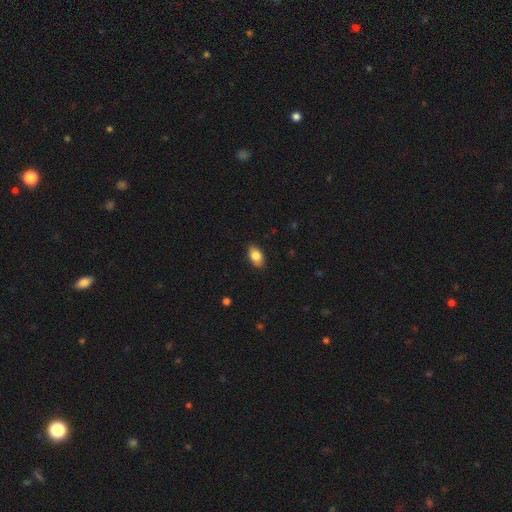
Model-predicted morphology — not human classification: This is clearly a smooth galaxy (83%). How rounded: clearly in between (91%). Merging: clearly none (87%).